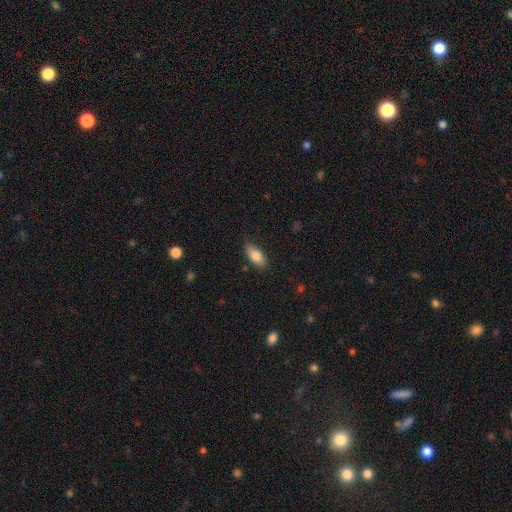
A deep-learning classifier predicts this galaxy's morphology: A smooth galaxy with no disk features (84%) that is in between round and cigar-shaped (88%).

Vote fractions:
- Smooth or featured? smooth: 84% / featured or disk: 9% / star or artifact: 7%
- How rounded? in between: 88% / cigar-shaped: 10% / round: 3%
- Merging? none: 78% / minor disturbance: 17% / major disturbance: 3% / merger: 1%